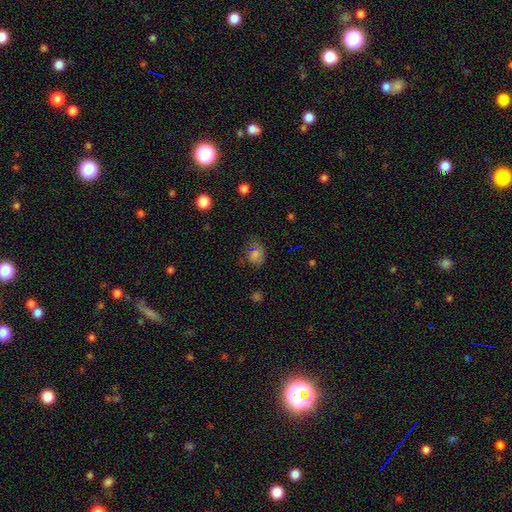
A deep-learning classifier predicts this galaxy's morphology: smooth_or_featured: smooth (p=0.59) [alt: star or artifact p=0.31]
how_rounded: in between (p=0.52) [alt: round p=0.46]
merging: none (p=0.63) [alt: minor disturbance p=0.22]